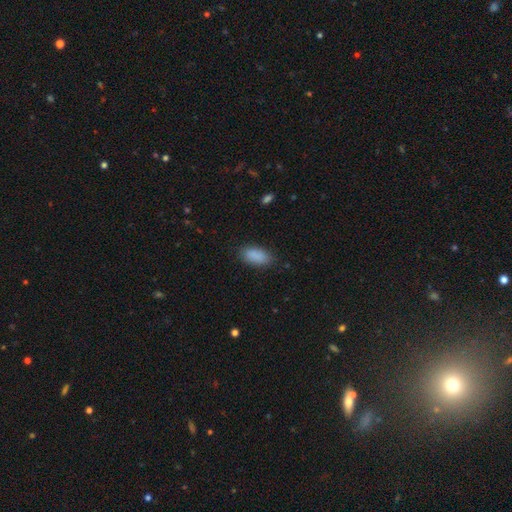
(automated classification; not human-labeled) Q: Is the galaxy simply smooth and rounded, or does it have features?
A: smooth — 89%.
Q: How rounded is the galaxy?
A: in between — 90%.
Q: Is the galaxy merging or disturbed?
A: none — 84%.